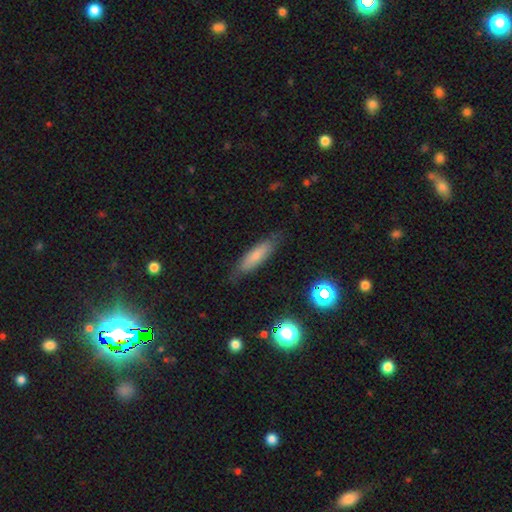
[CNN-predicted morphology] A smooth galaxy with no disk features (72%) that is cigar-shaped (63%).

Vote fractions:
- Smooth or featured? smooth: 72% / featured or disk: 20% / star or artifact: 9%
- How rounded? cigar-shaped: 63% / in between: 35% / round: 2%
- Merging? none: 80% / minor disturbance: 15% / major disturbance: 3% / merger: 1%